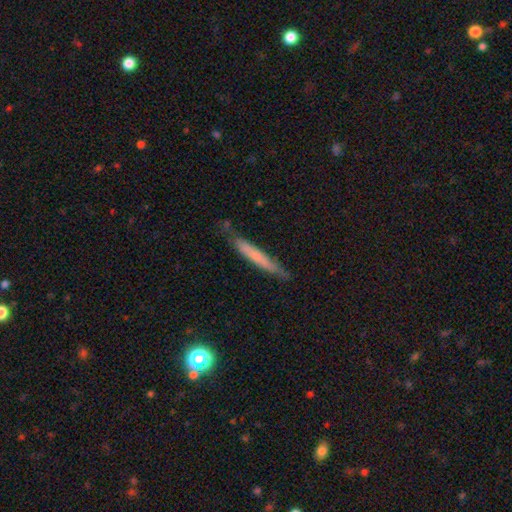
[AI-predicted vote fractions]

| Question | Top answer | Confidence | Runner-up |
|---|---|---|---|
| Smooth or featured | smooth | 60% | featured or disk (34%) |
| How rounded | cigar-shaped | 95% | in between (4%) |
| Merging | none | 75% | minor disturbance (19%) |